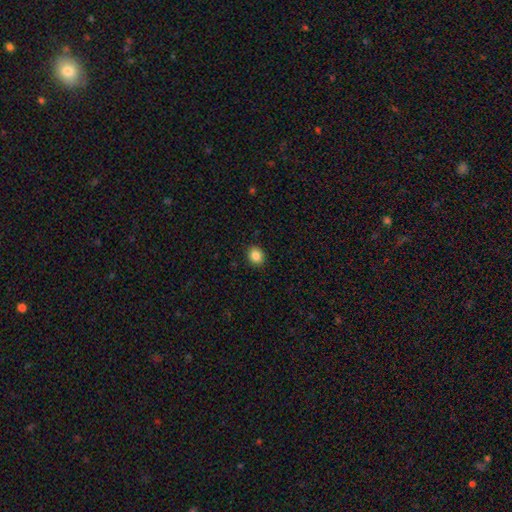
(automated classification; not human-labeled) A smooth galaxy with no disk features (86%) that is round (63%). Merging: none (91%).